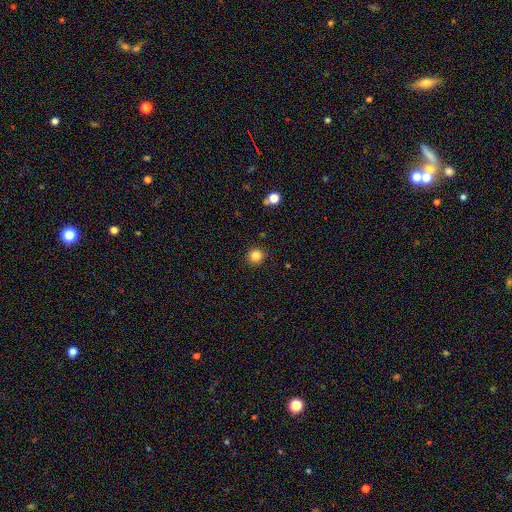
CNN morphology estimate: smooth_or_featured: smooth (p=0.84) [alt: star or artifact p=0.12]
how_rounded: round (p=0.93) [alt: in between p=0.06]
merging: none (p=0.91) [alt: minor disturbance p=0.06]